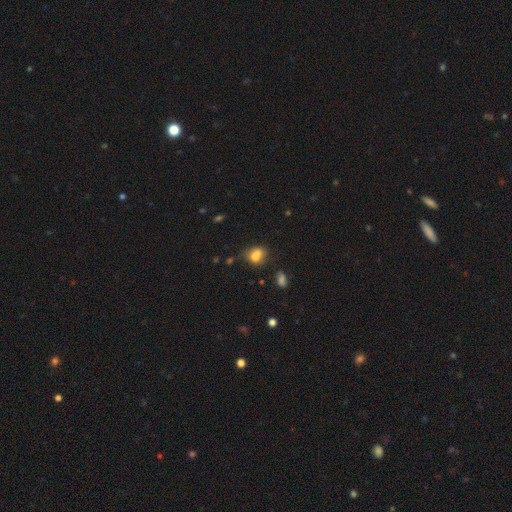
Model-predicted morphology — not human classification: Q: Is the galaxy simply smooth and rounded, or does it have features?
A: smooth — 73%.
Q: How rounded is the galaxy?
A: round — 53%.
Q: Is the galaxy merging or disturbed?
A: merger — 38%.